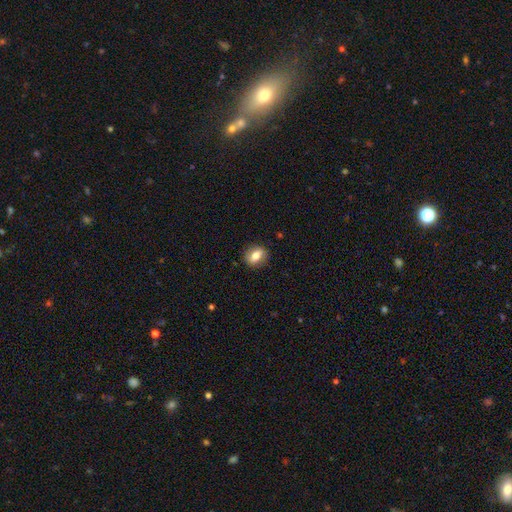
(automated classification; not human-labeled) Q: Smooth or featured?
A: smooth (74%); runner-up: featured or disk (17%)
Q: How rounded?
A: in between (55%); runner-up: round (42%)
Q: Merging?
A: none (87%); runner-up: minor disturbance (9%)